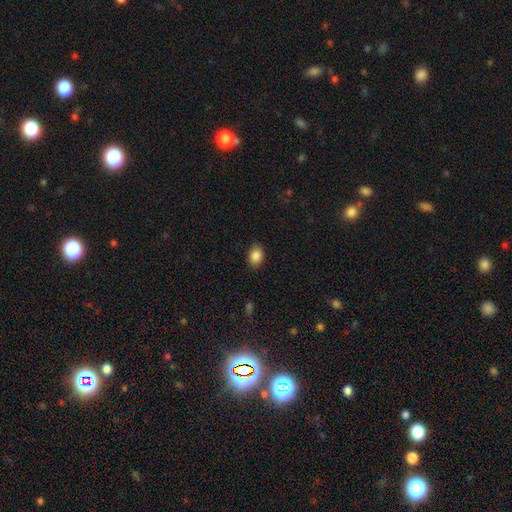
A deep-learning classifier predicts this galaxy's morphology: smooth 87%, star or artifact 9%, featured or disk 5%. Down the decision tree: how rounded — in between (73%); merging — none (87%).